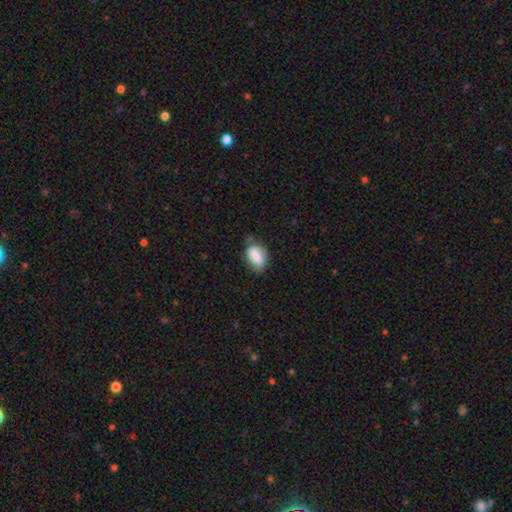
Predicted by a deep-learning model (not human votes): Overall: smooth (75%). How rounded: in between (84%). Merging: none (63%; minor disturbance 28%).